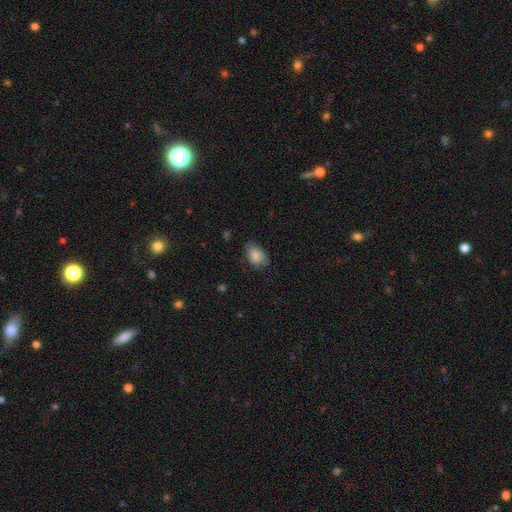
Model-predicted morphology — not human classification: This is clearly a smooth galaxy (82%). How rounded: clearly in between (87%). Merging: likely none (67%).